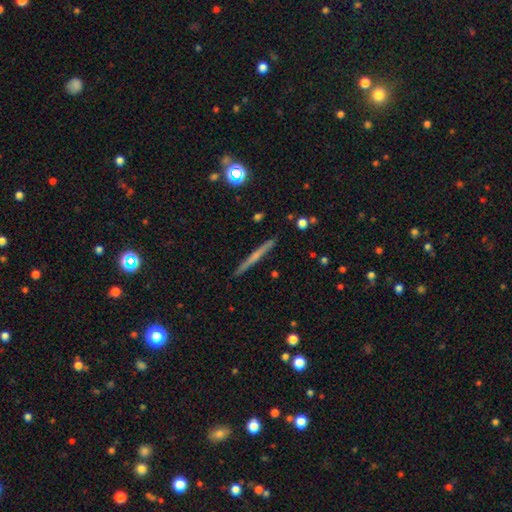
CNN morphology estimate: smooth-or-featured: featured or disk: 51% | smooth: 41% | star or artifact: 7%
  disk-edge-on: yes: 97% | no: 3%
  merging: none: 92% | minor disturbance: 6% | merger: 1% | major disturbance: 1%